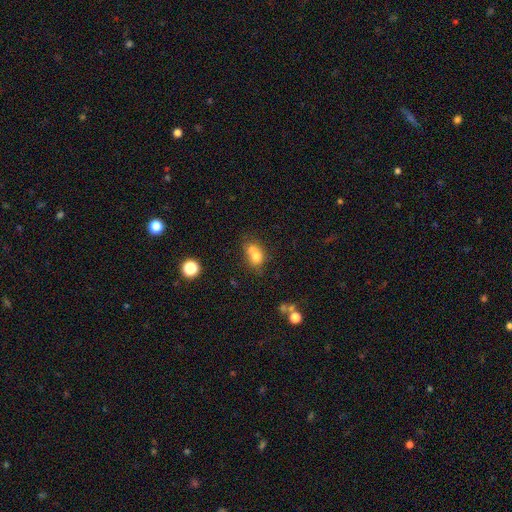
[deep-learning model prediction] smooth 71%, featured or disk 17%, star or artifact 12%. Down the decision tree: how rounded — round (59%); merging — merger (52%).